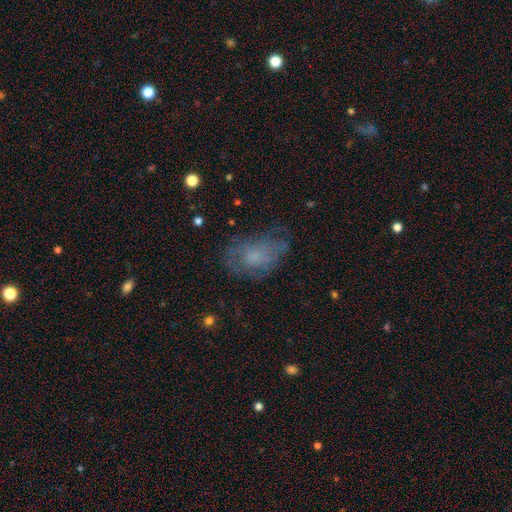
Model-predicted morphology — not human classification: Overall: smooth (53%; featured or disk 36%). How rounded: in between (83%). Merging: none (52%; minor disturbance 27%).